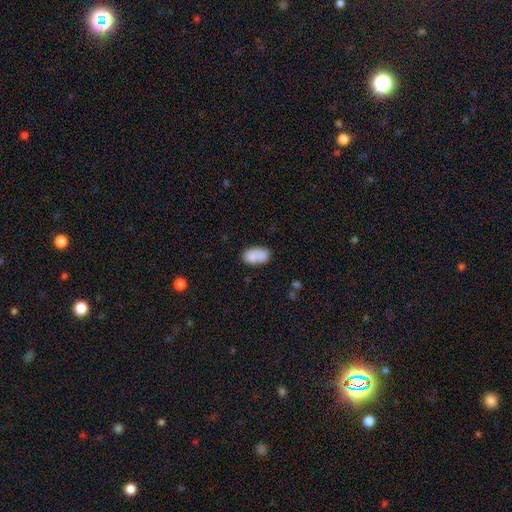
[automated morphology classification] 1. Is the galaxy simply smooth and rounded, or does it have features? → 77% smooth, 15% featured or disk, 8% star or artifact.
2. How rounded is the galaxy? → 89% in between, 10% round, 2% cigar-shaped.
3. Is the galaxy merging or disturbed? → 45% none, 31% merger, 18% minor disturbance, 6% major disturbance.